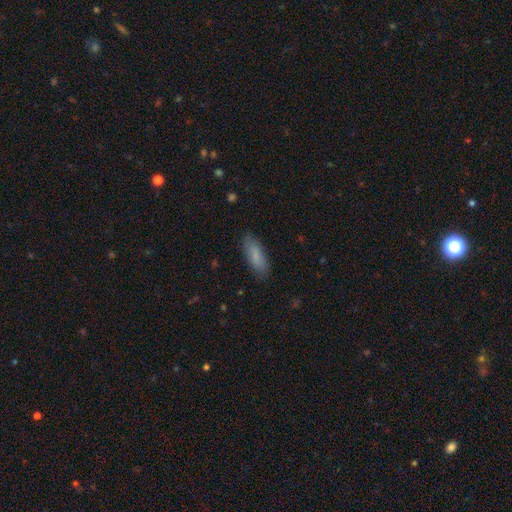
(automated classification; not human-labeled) Smooth or featured?
  - smooth: 84% *
  - featured or disk: 10%
  - star or artifact: 6%
How rounded?
  - in between: 62% *
  - cigar-shaped: 36%
  - round: 2%
Merging?
  - none: 84% *
  - minor disturbance: 12%
  - major disturbance: 3%
  - merger: 1%